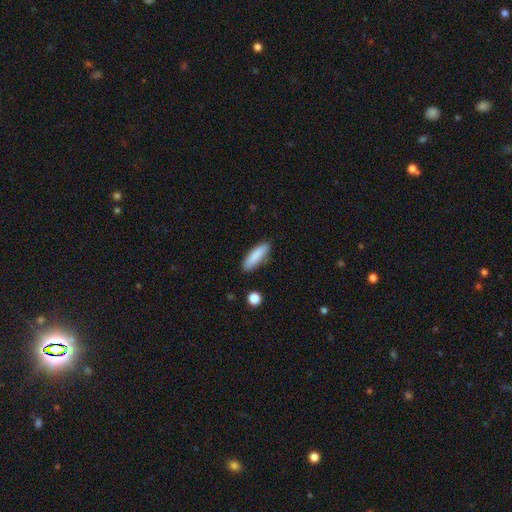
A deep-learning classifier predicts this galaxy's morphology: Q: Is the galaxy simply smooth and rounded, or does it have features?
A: smooth — 86%.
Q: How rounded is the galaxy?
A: cigar-shaped — 59%.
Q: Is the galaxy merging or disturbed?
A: none — 86%.